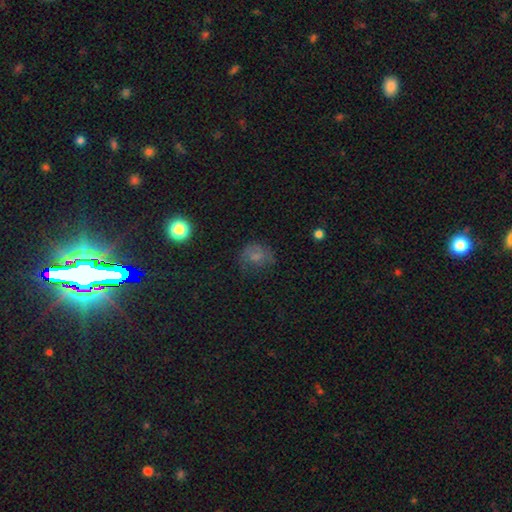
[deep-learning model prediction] A smooth galaxy with no disk features (60%) that is round (64%).

Vote fractions:
- Smooth or featured? smooth: 60% / featured or disk: 22% / star or artifact: 19%
- How rounded? round: 64% / in between: 35% / cigar-shaped: 1%
- Merging? none: 51% / minor disturbance: 27% / major disturbance: 20% / merger: 3%